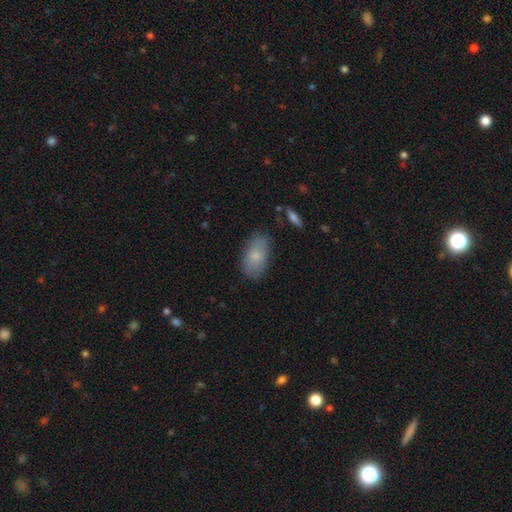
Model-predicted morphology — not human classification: The model was most divided on "smooth or featured": smooth: 78%, featured or disk: 15%, star or artifact: 7%. More confident: how rounded — in between (92%); merging — none (80%).